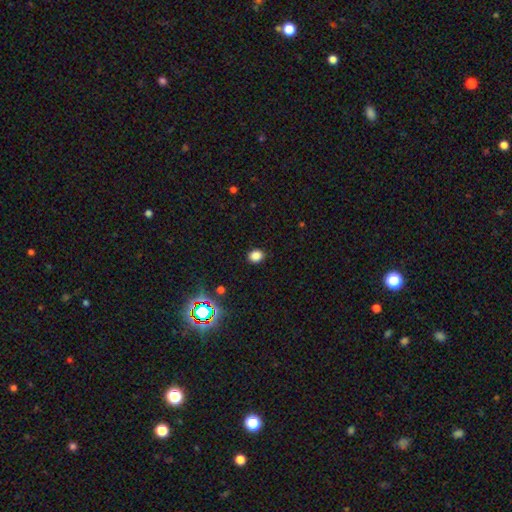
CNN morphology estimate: smooth 82%, star or artifact 14%, featured or disk 4%. Down the decision tree: how rounded — round (58%); merging — none (89%).